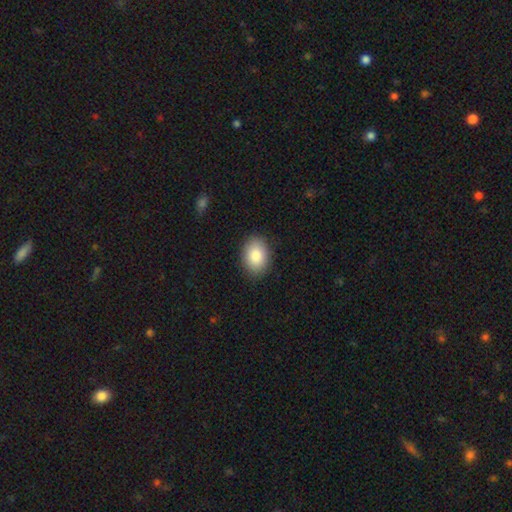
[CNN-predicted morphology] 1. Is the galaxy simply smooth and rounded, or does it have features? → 85% smooth, 7% featured or disk, 7% star or artifact.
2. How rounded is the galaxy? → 74% in between, 25% round, 1% cigar-shaped.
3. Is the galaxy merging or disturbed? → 88% none, 9% minor disturbance, 2% major disturbance, 1% merger.